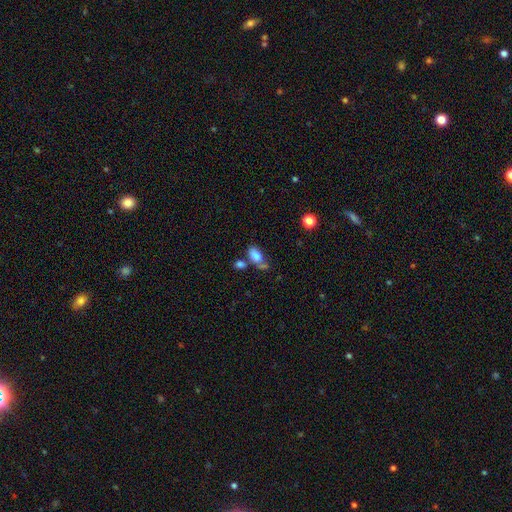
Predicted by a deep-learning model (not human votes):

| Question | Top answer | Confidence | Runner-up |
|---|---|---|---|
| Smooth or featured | smooth | 81% | featured or disk (10%) |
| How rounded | in between | 91% | round (6%) |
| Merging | none | 39% | merger (28%) |